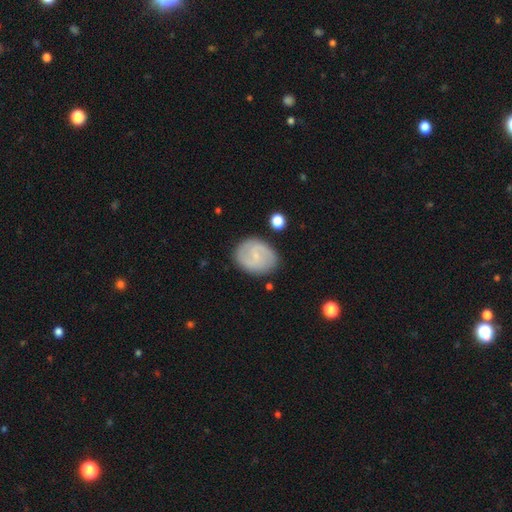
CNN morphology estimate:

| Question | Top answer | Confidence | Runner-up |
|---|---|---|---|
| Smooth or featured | featured or disk | 63% | smooth (30%) |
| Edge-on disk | no | 97% | yes (3%) |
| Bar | weak | 50% | no (40%) |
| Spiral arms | yes | 88% | no (12%) |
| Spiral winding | medium | 47% | tight (28%) |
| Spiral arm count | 2 | 81% | can't tell (11%) |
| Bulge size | small | 76% | moderate (11%) |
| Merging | none | 83% | minor disturbance (12%) |